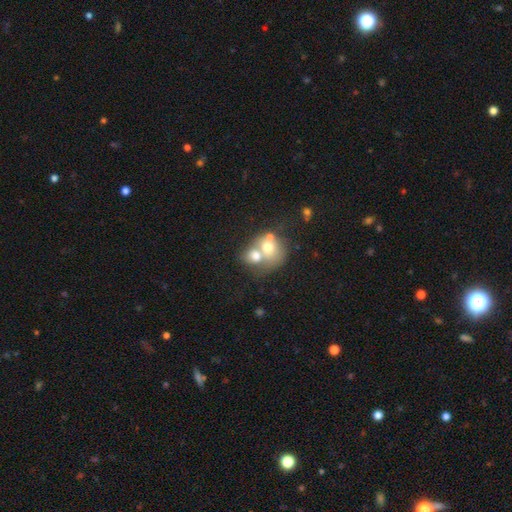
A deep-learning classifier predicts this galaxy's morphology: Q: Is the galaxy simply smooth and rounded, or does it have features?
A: smooth — 62%.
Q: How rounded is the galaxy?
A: round — 64%.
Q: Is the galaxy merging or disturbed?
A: merger — 69%.